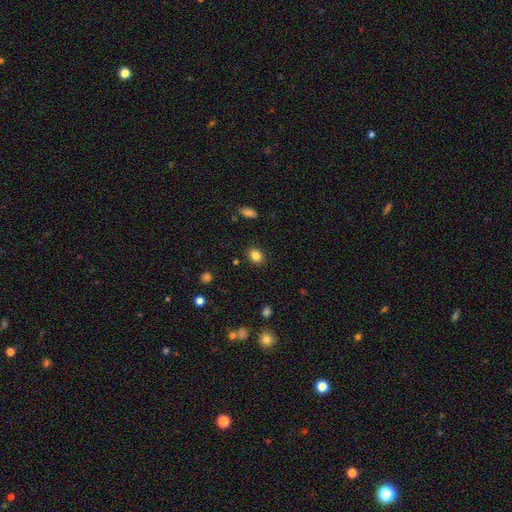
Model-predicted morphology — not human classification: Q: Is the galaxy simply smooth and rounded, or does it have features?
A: smooth — 84%.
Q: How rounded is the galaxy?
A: in between — 53%.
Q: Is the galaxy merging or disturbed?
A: none — 88%.